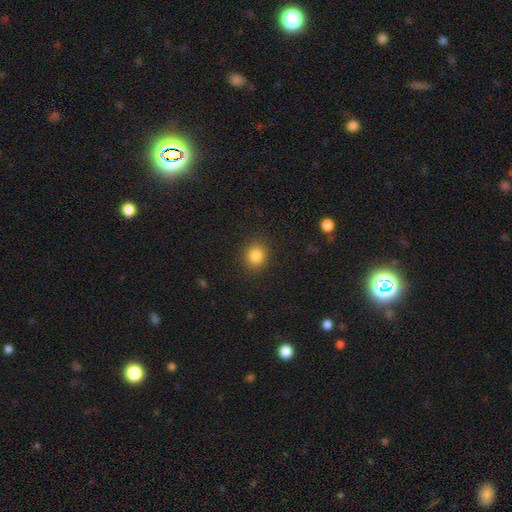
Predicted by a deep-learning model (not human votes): A smooth galaxy with no disk features (84%) that is round (81%).

Vote fractions:
- Smooth or featured? smooth: 84% / star or artifact: 11% / featured or disk: 5%
- How rounded? round: 81% / in between: 18% / cigar-shaped: 1%
- Merging? none: 89% / minor disturbance: 7% / major disturbance: 3% / merger: 1%